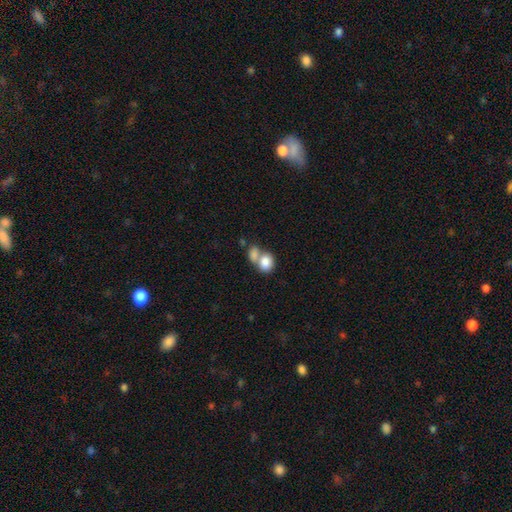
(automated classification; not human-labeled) Q: Smooth or featured?
A: smooth (81%); runner-up: featured or disk (11%)
Q: How rounded?
A: in between (58%); runner-up: round (41%)
Q: Merging?
A: merger (65%); runner-up: none (24%)